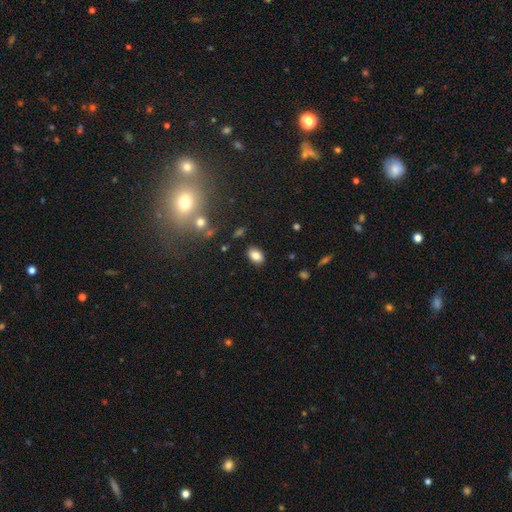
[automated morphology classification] type=smooth (82%); roundness=in between (84%); merging=none (86%).